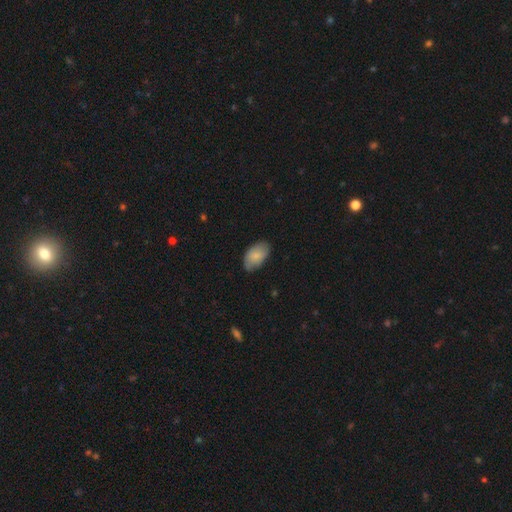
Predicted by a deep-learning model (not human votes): The model was most divided on "merging": none: 72%, minor disturbance: 23%, major disturbance: 4%, merger: 1%. More confident: how rounded — in between (94%); smooth or featured — smooth (81%).